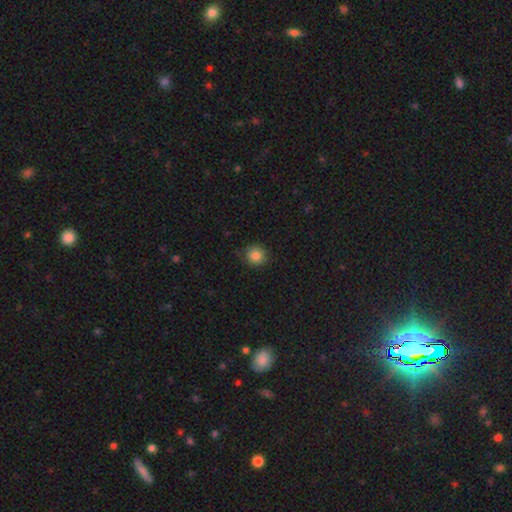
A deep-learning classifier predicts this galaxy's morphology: smooth-or-featured: smooth: 84% | star or artifact: 11% | featured or disk: 5%
  how-rounded: round: 92% | in between: 7% | cigar-shaped: 1%
  merging: none: 87% | minor disturbance: 10% | major disturbance: 2% | merger: 1%